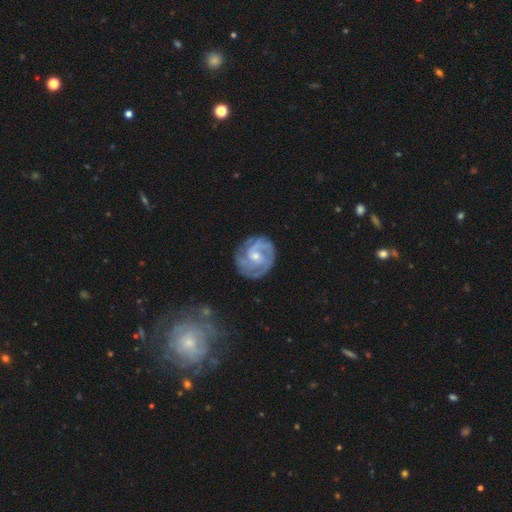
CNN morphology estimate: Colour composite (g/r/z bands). It shows a featured or disk galaxy (85%) with no bar (53%), 3 (34%) tight (52%) spiral arms (95%) and a small central bulge (52%). Merging: none (72%).